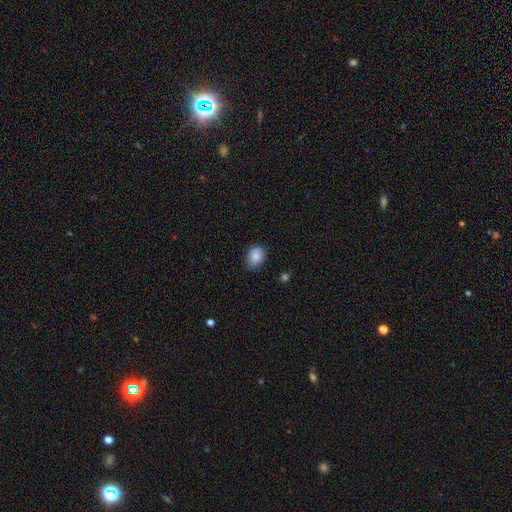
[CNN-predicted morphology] Overall: smooth (85%). How rounded: in between (61%; round 38%). Merging: none (72%).